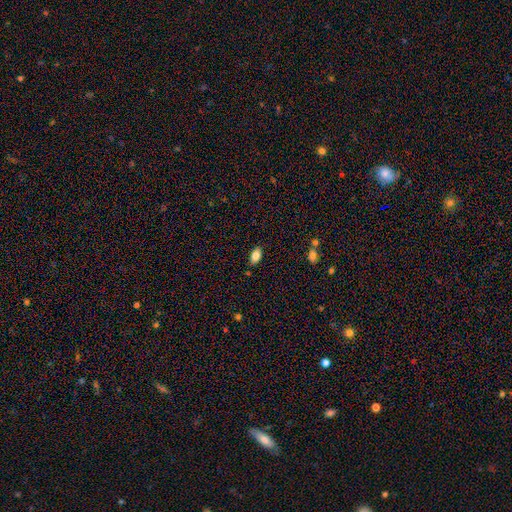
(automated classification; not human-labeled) Smooth or featured? smooth (83%)
How rounded? in between (92%)
Merging? none (85%)